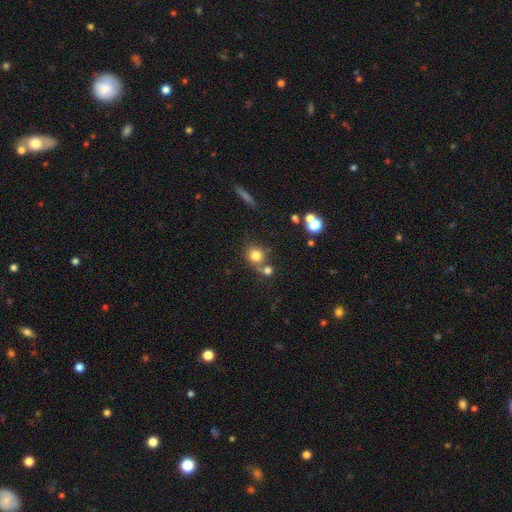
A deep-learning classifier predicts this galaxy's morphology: smooth-or-featured: smooth: 78% | star or artifact: 13% | featured or disk: 9%
  how-rounded: round: 86% | in between: 13% | cigar-shaped: 1%
  merging: none: 56% | merger: 30% | minor disturbance: 10% | major disturbance: 4%